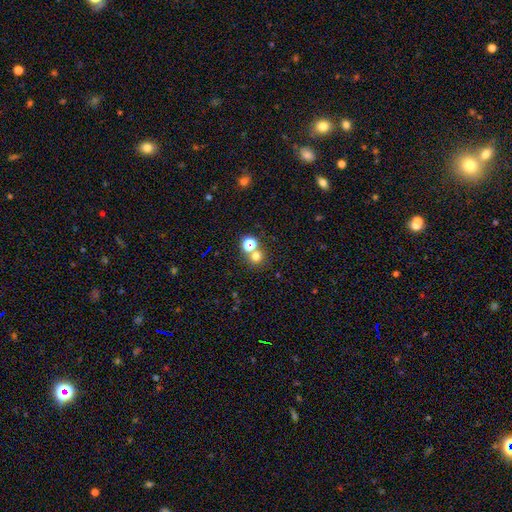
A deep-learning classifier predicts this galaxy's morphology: smooth_or_featured: smooth (p=0.63) [alt: star or artifact p=0.28]
how_rounded: round (p=0.88) [alt: in between p=0.11]
merging: none (p=0.64) [alt: merger p=0.27]